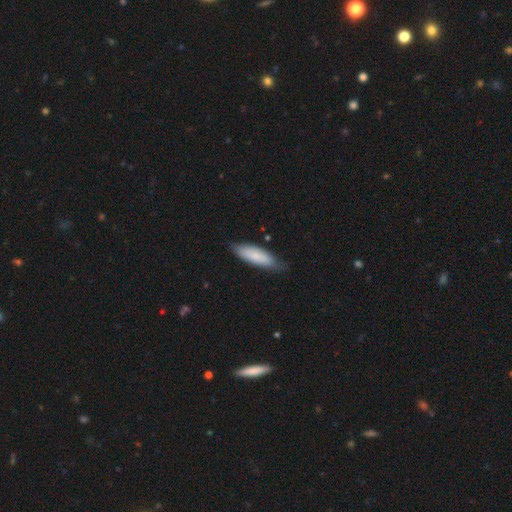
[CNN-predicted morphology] Smooth or featured: smooth — 79% (featured or disk — 15%)
How rounded: in between — 55% (cigar-shaped — 44%)
Merging: none — 74% (minor disturbance — 21%)